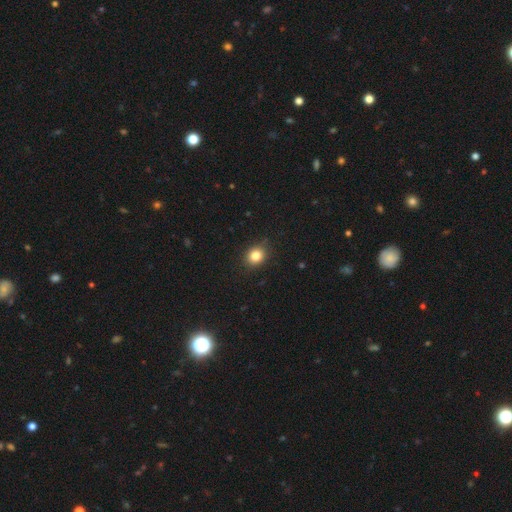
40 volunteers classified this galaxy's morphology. smooth-or-featured: smooth: 75% | featured or disk: 12% | star or artifact: 12%
  how-rounded: round: 57% | in between: 43% | cigar-shaped: 0%
  merging: none: 80% | minor disturbance: 20% | major disturbance: 0% | merger: 0%